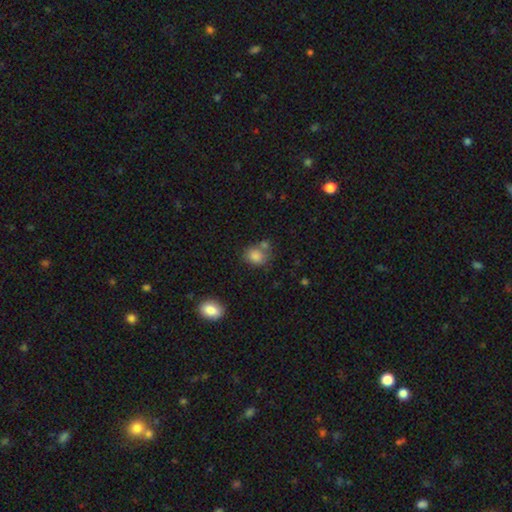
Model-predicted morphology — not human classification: Smooth or featured: smooth — 82% (star or artifact — 11%)
How rounded: round — 56% (in between — 43%)
Merging: none — 58% (merger — 22%)